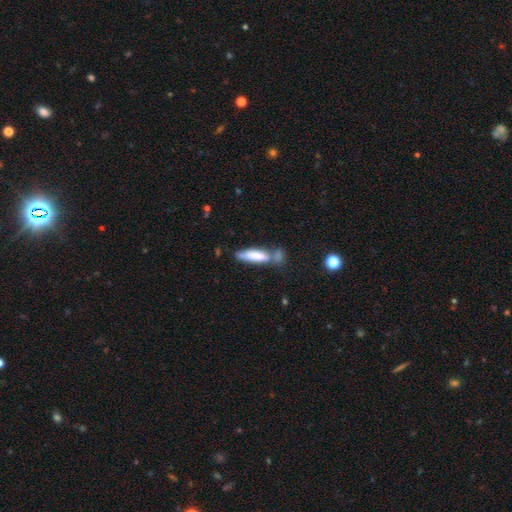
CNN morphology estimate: Overall: smooth (75%). How rounded: cigar-shaped (60%; in between 38%). Merging: none (42%; merger 30%).